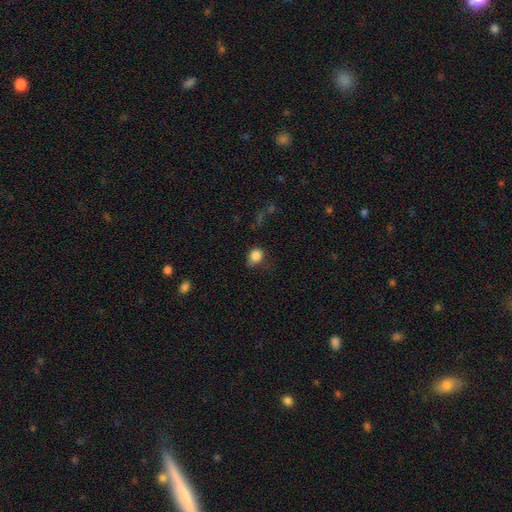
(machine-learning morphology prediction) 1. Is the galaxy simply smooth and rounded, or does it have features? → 85% smooth, 10% star or artifact, 5% featured or disk.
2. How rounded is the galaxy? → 63% round, 35% in between, 1% cigar-shaped.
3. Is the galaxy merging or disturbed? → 56% none, 30% minor disturbance, 11% major disturbance, 2% merger.